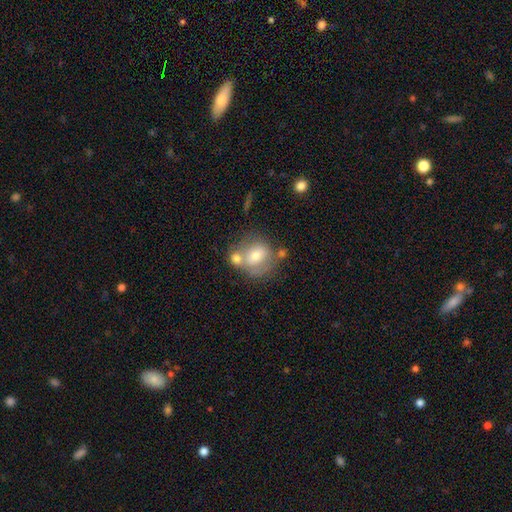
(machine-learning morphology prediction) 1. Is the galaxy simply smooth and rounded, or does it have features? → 60% smooth, 32% featured or disk, 8% star or artifact.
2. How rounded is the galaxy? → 70% round, 29% in between, 1% cigar-shaped.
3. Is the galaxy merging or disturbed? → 41% merger, 36% none, 15% minor disturbance, 8% major disturbance.